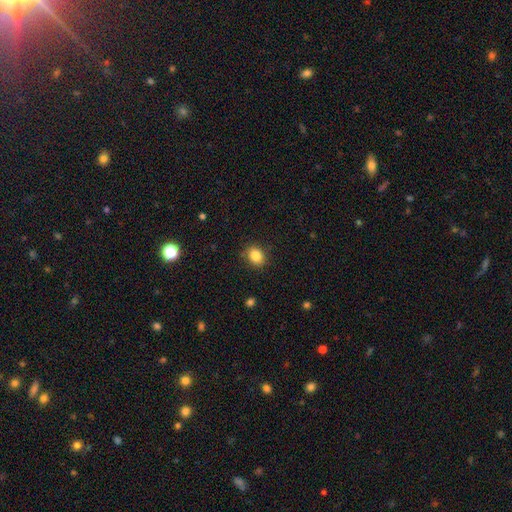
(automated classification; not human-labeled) smooth 85%, star or artifact 10%, featured or disk 5%. Down the decision tree: how rounded — in between (52%); merging — none (86%).